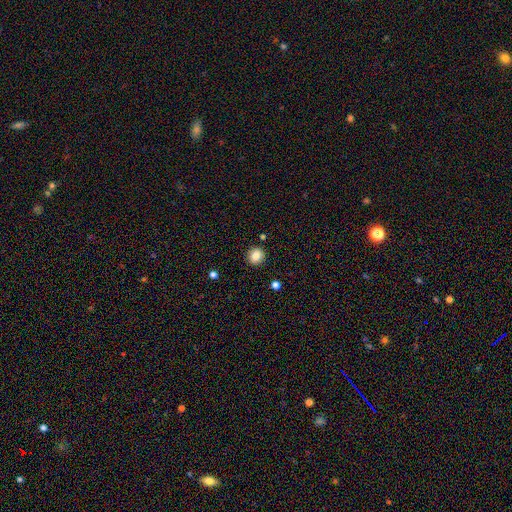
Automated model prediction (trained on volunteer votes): A smooth galaxy with no disk features (85%) that is round (82%).

Vote fractions:
- Smooth or featured? smooth: 85% / star or artifact: 10% / featured or disk: 5%
- How rounded? round: 82% / in between: 17% / cigar-shaped: 1%
- Merging? none: 90% / minor disturbance: 7% / major disturbance: 2% / merger: 2%